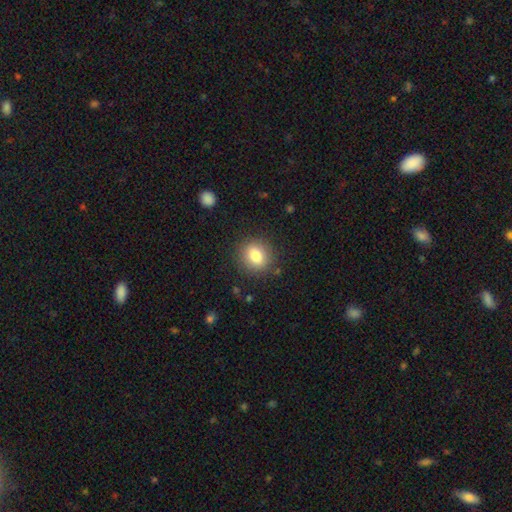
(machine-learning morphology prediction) A smooth galaxy with no disk features (82%) that is round (68%).

Vote fractions:
- Smooth or featured? smooth: 82% / star or artifact: 9% / featured or disk: 9%
- How rounded? round: 68% / in between: 31% / cigar-shaped: 1%
- Merging? none: 86% / minor disturbance: 9% / major disturbance: 3% / merger: 1%